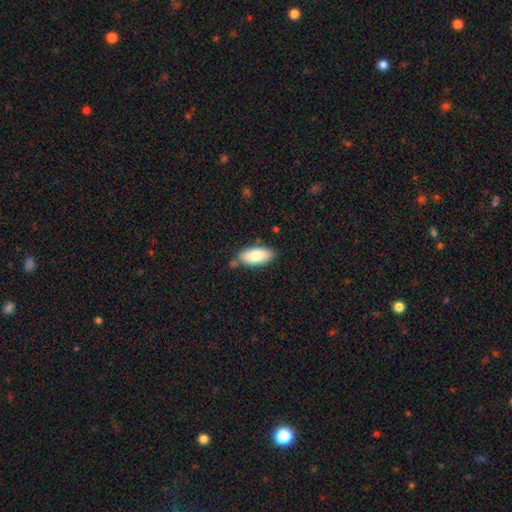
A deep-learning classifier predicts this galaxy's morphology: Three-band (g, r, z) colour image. It shows a smooth galaxy with no disk features (85%) that is in between round and cigar-shaped (88%). Merging: none (74%).